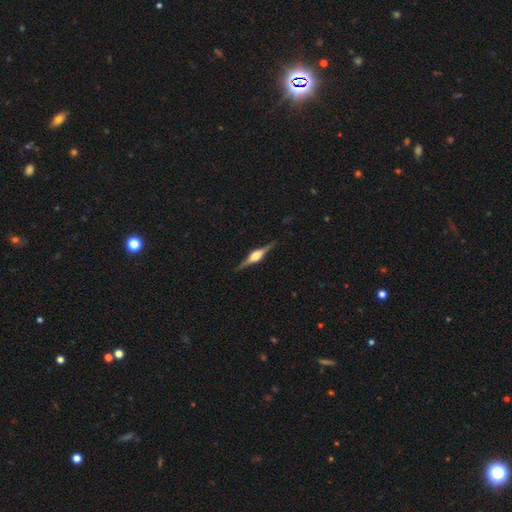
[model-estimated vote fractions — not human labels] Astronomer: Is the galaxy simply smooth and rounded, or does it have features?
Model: featured or disk — 85%.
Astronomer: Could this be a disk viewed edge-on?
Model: yes — 98%.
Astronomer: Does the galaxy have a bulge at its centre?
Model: rounded — 88%.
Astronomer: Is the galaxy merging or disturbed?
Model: none — 89%.